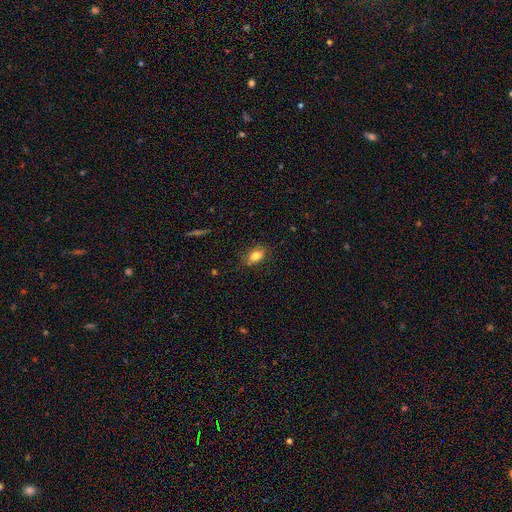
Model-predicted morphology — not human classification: Q: Smooth or featured?
A: smooth (81%); runner-up: star or artifact (9%)
Q: How rounded?
A: in between (82%); runner-up: round (16%)
Q: Merging?
A: none (80%); runner-up: minor disturbance (15%)